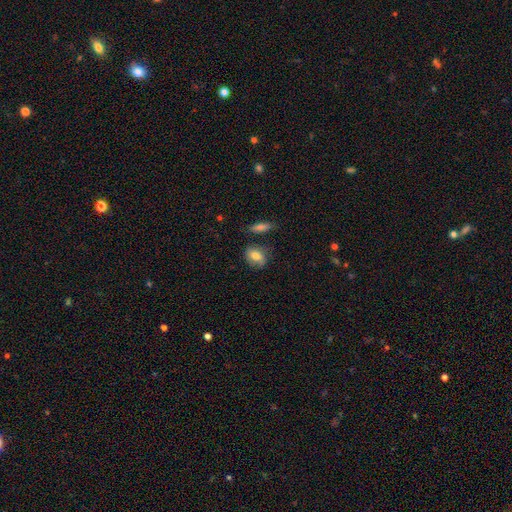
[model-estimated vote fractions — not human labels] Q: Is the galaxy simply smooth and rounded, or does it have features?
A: smooth — 73%.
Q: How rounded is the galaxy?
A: in between — 68%.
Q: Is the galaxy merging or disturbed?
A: none — 68%.